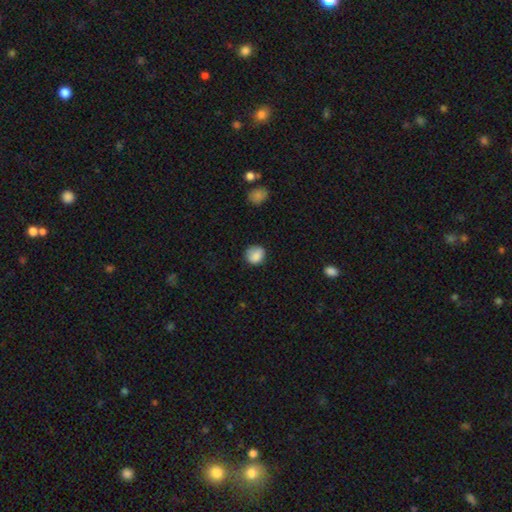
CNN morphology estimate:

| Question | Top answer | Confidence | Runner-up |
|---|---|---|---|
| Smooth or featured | smooth | 86% | star or artifact (9%) |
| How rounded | round | 80% | in between (19%) |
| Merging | none | 75% | minor disturbance (19%) |